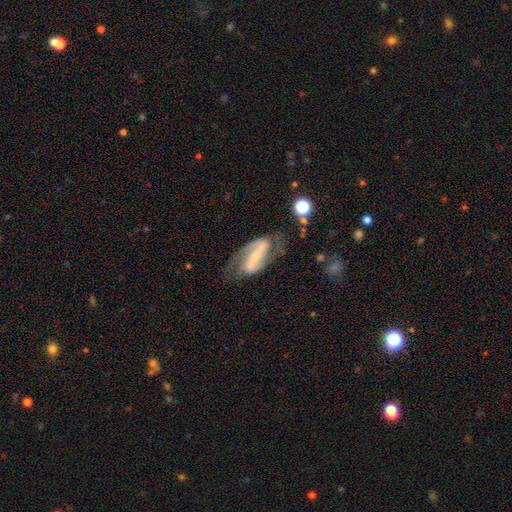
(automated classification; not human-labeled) Smooth or featured? Predicted: featured or disk (p=0.83). Edge-on disk? Predicted: no (p=0.93). Bar? Predicted: strong (p=0.72). Spiral arms? Predicted: yes (p=0.90). Spiral winding? Predicted: medium (p=0.42). Spiral arm count? Predicted: 2 (p=0.89). Bulge size? Predicted: small (p=0.63). Merging? Predicted: none (p=0.68).